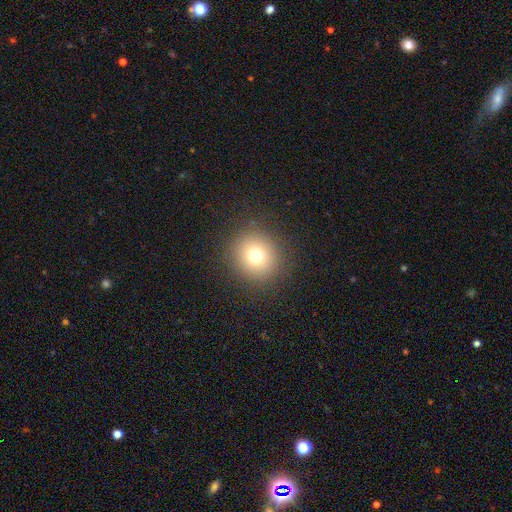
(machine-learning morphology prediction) smooth-or-featured: smooth: 74% | star or artifact: 16% | featured or disk: 10%
  how-rounded: round: 91% | in between: 9% | cigar-shaped: 1%
  merging: none: 89% | minor disturbance: 6% | major disturbance: 3% | merger: 1%